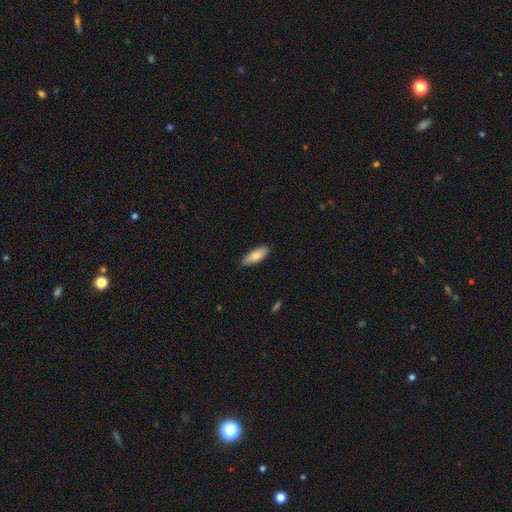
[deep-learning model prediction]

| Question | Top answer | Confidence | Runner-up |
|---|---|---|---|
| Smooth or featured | smooth | 77% | featured or disk (17%) |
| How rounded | in between | 70% | cigar-shaped (28%) |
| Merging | none | 87% | minor disturbance (10%) |